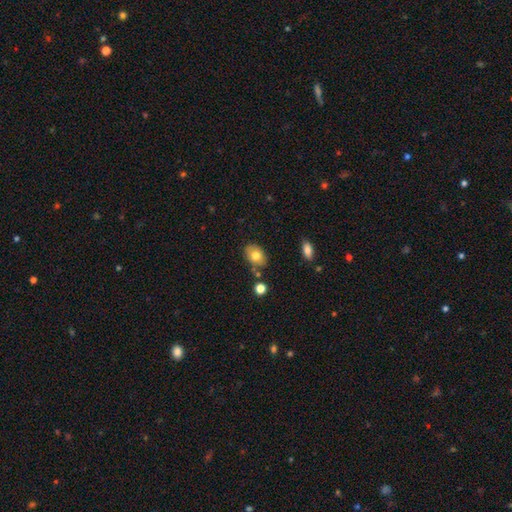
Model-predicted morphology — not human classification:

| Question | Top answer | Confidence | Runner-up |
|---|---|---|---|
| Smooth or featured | smooth | 76% | featured or disk (15%) |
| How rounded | in between | 77% | round (22%) |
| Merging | none | 72% | minor disturbance (17%) |